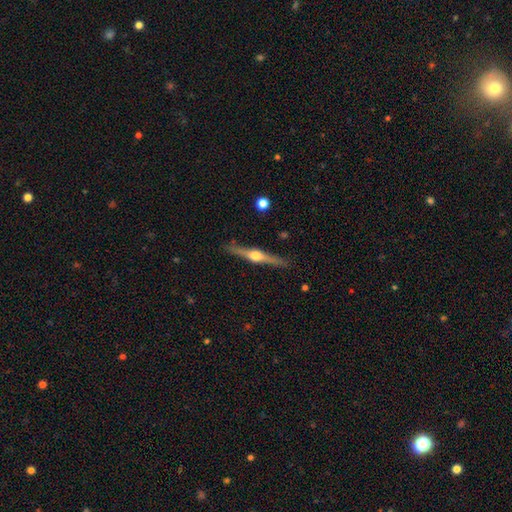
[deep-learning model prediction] smooth_or_featured: featured or disk (p=0.79) [alt: smooth p=0.16]
disk_edge_on: yes (p=0.98) [alt: no p=0.02]
edge_on_bulge: rounded (p=0.95) [alt: boxy p=0.03]
merging: none (p=0.88) [alt: minor disturbance p=0.09]